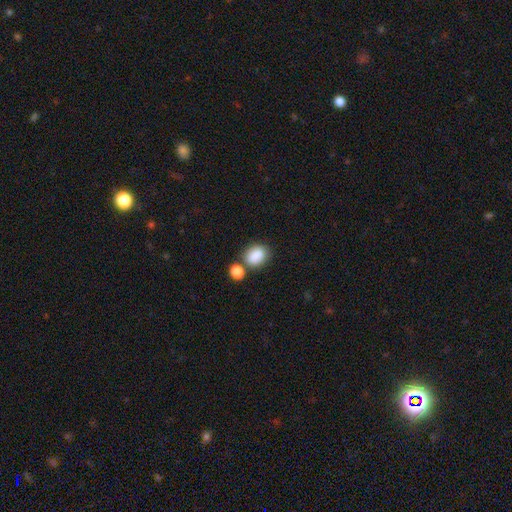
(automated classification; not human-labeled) A smooth galaxy with no disk features (87%) that is in between round and cigar-shaped (64%). Merging: none (59%).